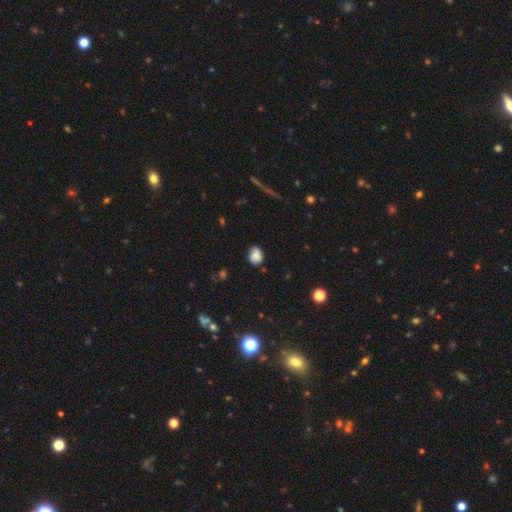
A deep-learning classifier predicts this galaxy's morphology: The model was most divided on "how rounded": round: 63%, in between: 36%, cigar-shaped: 1%. More confident: smooth or featured — smooth (75%); merging — none (70%).